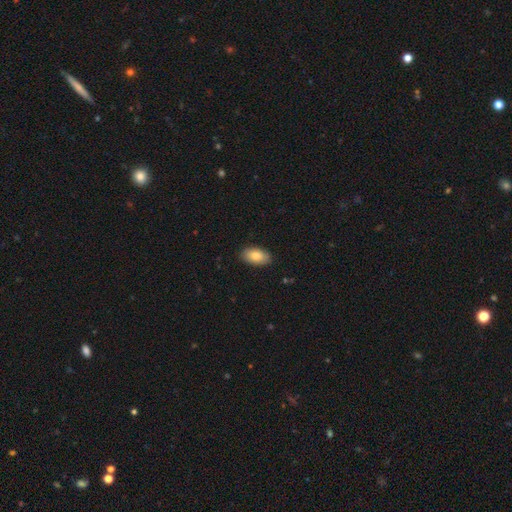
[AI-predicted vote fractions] Q: Smooth or featured?
A: smooth (80%); runner-up: featured or disk (13%)
Q: How rounded?
A: in between (94%); runner-up: round (4%)
Q: Merging?
A: none (86%); runner-up: minor disturbance (11%)